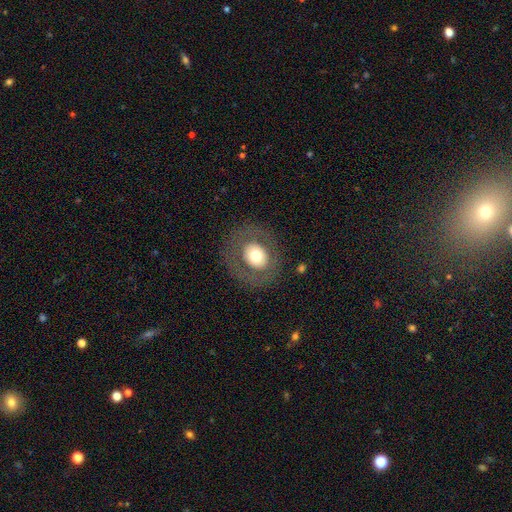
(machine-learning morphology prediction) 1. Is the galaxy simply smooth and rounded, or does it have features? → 57% smooth, 35% featured or disk, 8% star or artifact.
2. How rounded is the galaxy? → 69% round, 30% in between, 1% cigar-shaped.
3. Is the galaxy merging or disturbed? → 81% none, 10% minor disturbance, 8% major disturbance, 1% merger.